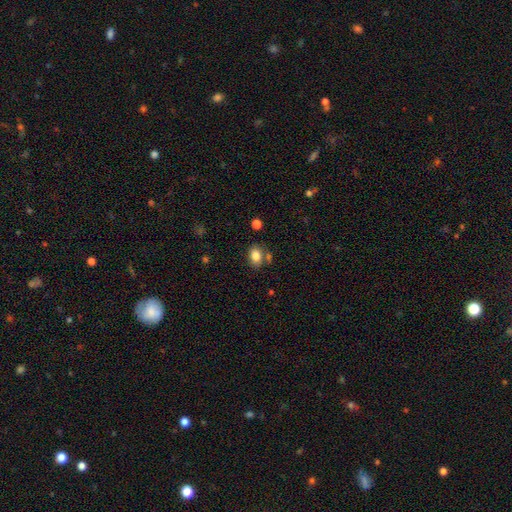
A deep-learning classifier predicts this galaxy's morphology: Smooth or featured: smooth — 83% (star or artifact — 9%)
How rounded: in between — 80% (round — 19%)
Merging: none — 68% (minor disturbance — 15%)